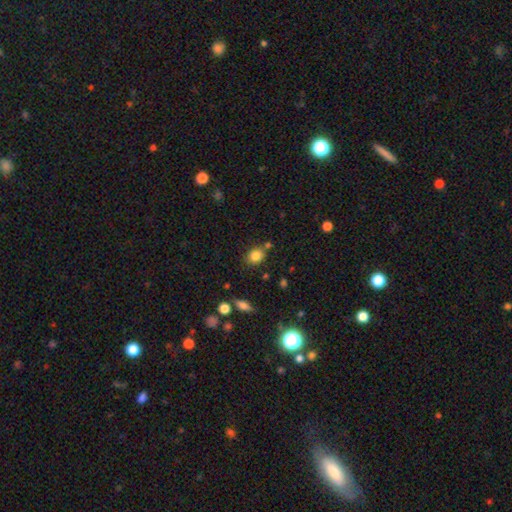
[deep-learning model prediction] Smooth or featured: smooth — 83% (star or artifact — 11%)
How rounded: round — 56% (in between — 43%)
Merging: none — 73% (minor disturbance — 13%)